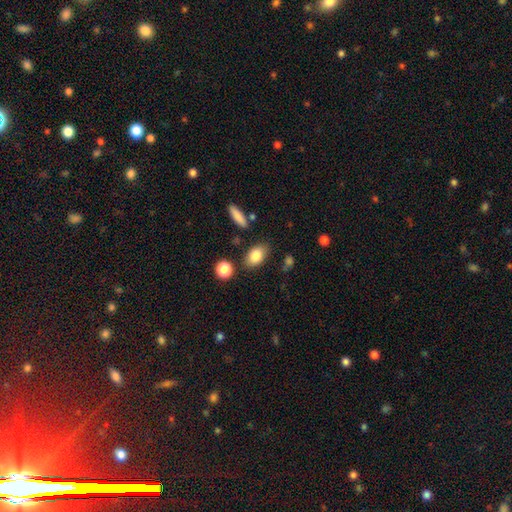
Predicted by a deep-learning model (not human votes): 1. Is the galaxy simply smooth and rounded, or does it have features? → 83% smooth, 9% featured or disk, 8% star or artifact.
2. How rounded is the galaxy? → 86% in between, 12% round, 2% cigar-shaped.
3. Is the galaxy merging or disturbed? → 79% none, 13% minor disturbance, 4% merger, 3% major disturbance.